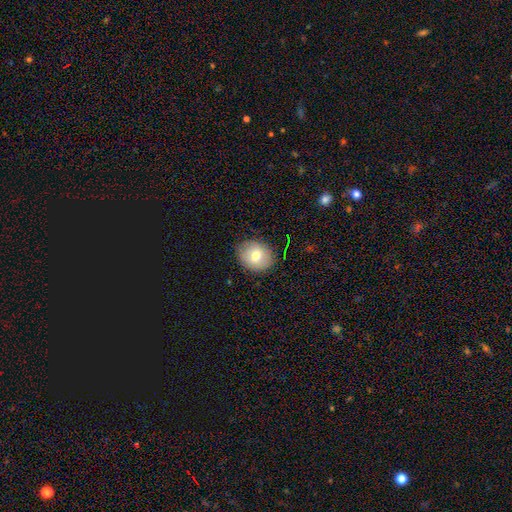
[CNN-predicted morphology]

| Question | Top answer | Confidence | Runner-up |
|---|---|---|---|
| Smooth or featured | smooth | 74% | featured or disk (17%) |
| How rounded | round | 65% | in between (34%) |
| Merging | none | 86% | minor disturbance (10%) |